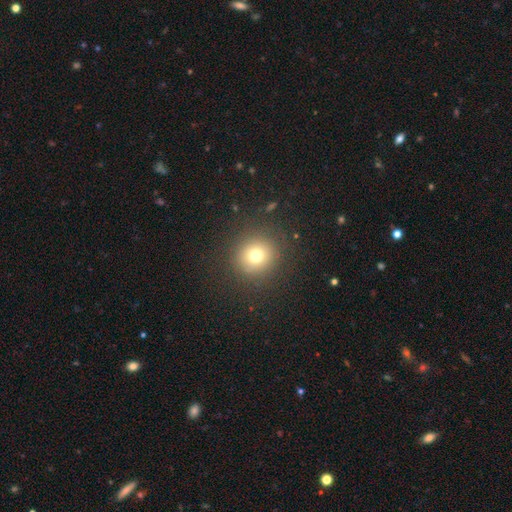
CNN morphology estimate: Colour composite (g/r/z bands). It shows a smooth galaxy with no disk features (73%) that is round (92%). Merging: none (87%).